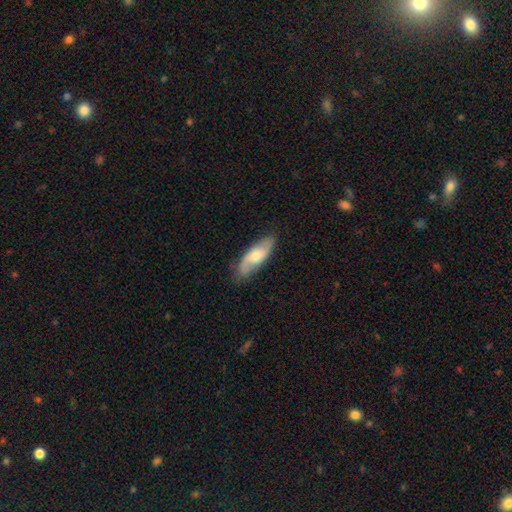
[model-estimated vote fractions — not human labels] Morphology: type=smooth (52%); roundness=in between (64%); merging=none (80%).